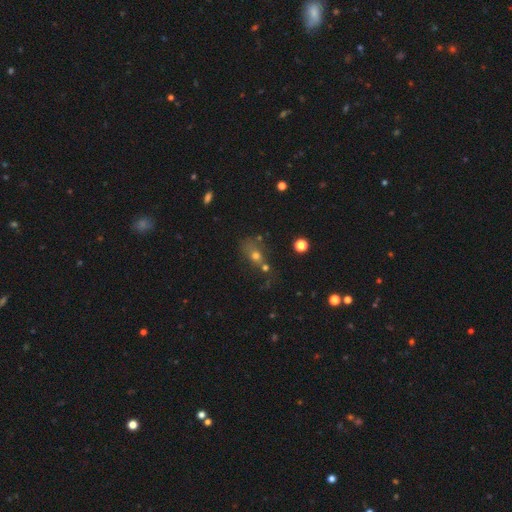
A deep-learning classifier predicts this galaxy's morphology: The model was most divided on "how rounded": in between: 49%, round: 48%, cigar-shaped: 3%. Remaining: smooth or featured — smooth (60%); merging — merger (36%).